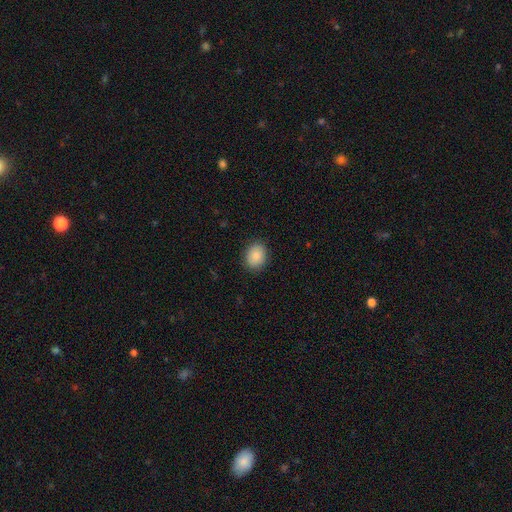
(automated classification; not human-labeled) This appears to be a smooth galaxy with no disk features (87%) that is in between round and cigar-shaped (50%, tied with round). Merging: none (88%).